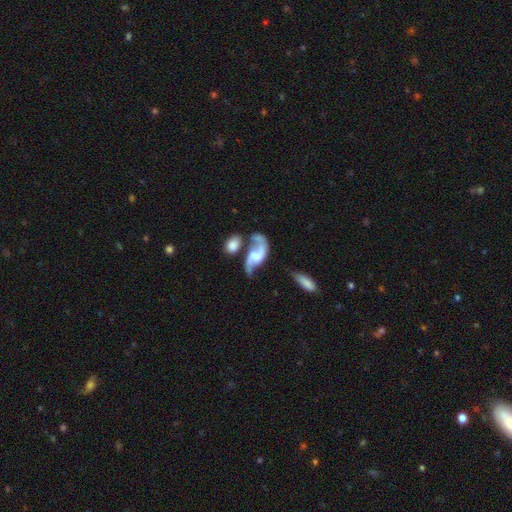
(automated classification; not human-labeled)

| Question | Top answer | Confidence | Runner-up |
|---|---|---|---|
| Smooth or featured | featured or disk | 83% | smooth (11%) |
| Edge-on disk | no | 96% | yes (4%) |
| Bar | no | 43% | weak (42%) |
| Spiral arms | yes | 93% | no (7%) |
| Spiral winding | loose | 72% | medium (23%) |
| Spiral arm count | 2 | 89% | 1 (5%) |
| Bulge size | moderate | 32% | small (26%) |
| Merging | none | 37% | merger (32%) |